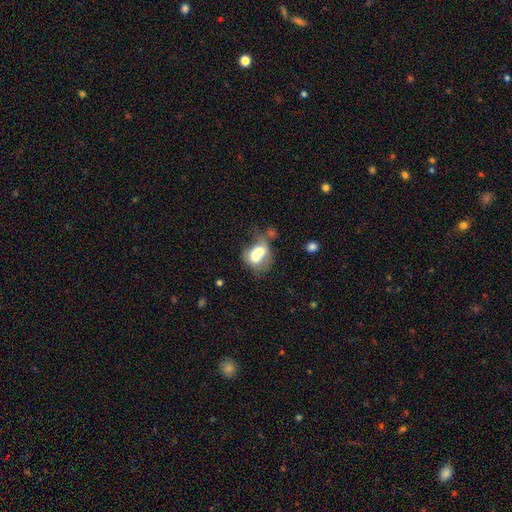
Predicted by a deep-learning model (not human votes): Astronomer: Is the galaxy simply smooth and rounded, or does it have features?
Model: smooth — 62%.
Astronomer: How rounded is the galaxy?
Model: in between — 52% (runner-up: round, 47%).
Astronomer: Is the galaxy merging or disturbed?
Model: merger — 65%.